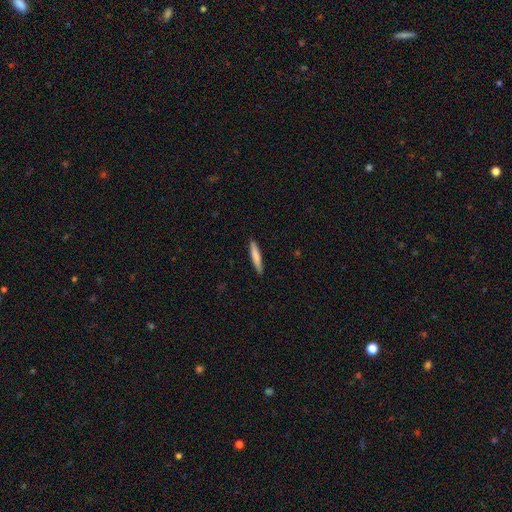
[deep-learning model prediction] This is clearly a smooth galaxy (80%). How rounded: clearly cigar-shaped (91%). Merging: clearly none (90%).